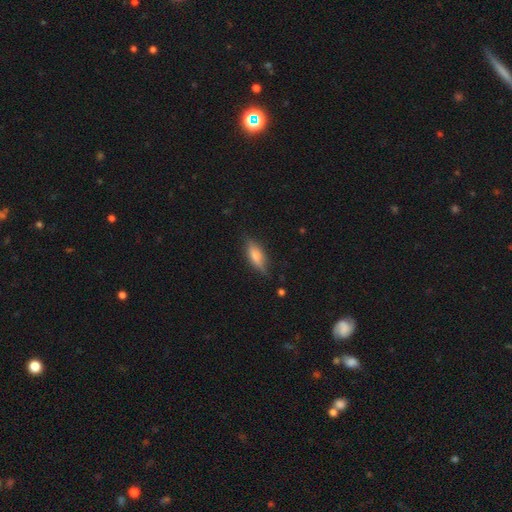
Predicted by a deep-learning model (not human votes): Overall: smooth (58%; featured or disk 34%). How rounded: in between (64%; cigar-shaped 33%). Merging: none (76%).